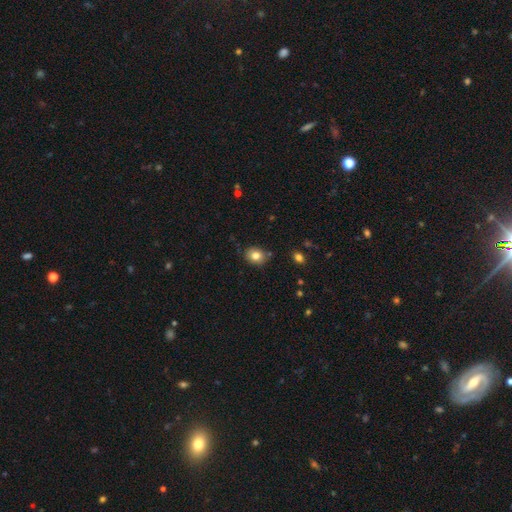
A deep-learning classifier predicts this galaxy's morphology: type=smooth (80%); roundness=round (53%); merging=none (79%).